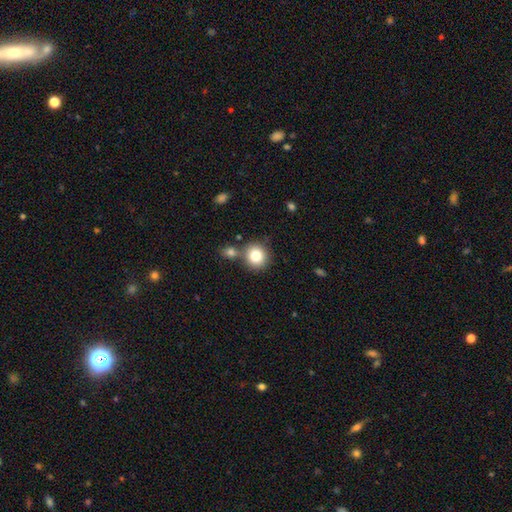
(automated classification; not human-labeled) A smooth galaxy with no disk features (81%) that is round (88%). Merging: none (68%).